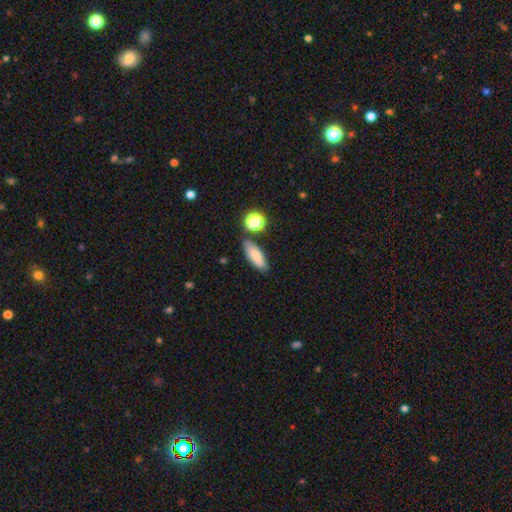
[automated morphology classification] Smooth or featured?
  - smooth: 77% *
  - featured or disk: 14%
  - star or artifact: 10%
How rounded?
  - in between: 69% *
  - cigar-shaped: 26%
  - round: 5%
Merging?
  - none: 78% *
  - minor disturbance: 13%
  - merger: 6%
  - major disturbance: 3%